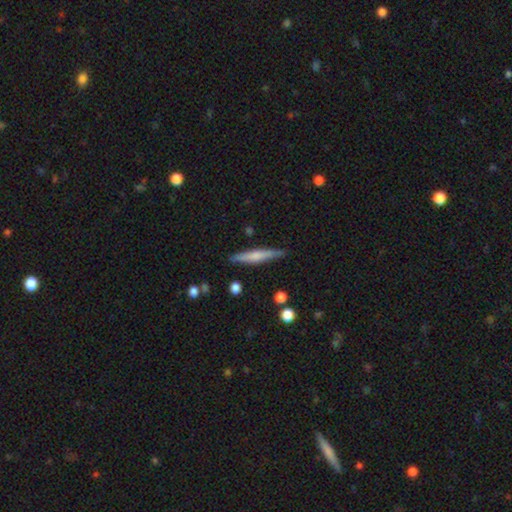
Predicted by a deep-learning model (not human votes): This appears to be a smooth galaxy with no disk features (51%) that is cigar-shaped (92%). Merging: none (87%).